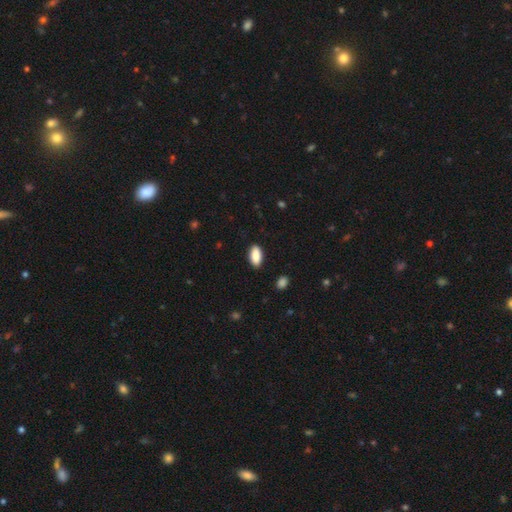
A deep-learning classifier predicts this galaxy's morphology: Smooth or featured?
  - smooth: 89% *
  - star or artifact: 7%
  - featured or disk: 4%
How rounded?
  - in between: 88% *
  - cigar-shaped: 10%
  - round: 2%
Merging?
  - none: 88% *
  - minor disturbance: 9%
  - major disturbance: 2%
  - merger: 1%